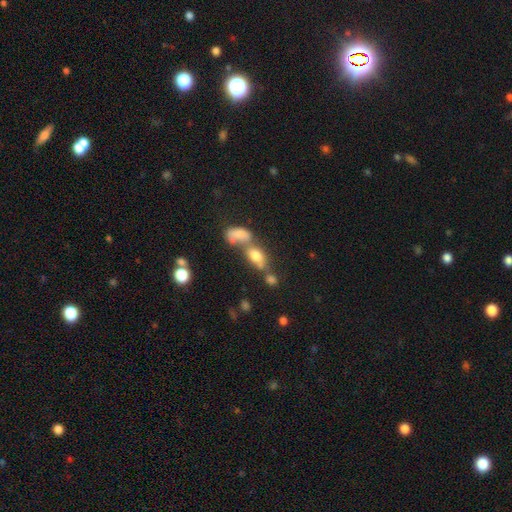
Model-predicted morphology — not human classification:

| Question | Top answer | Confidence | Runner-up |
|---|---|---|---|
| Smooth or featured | smooth | 69% | featured or disk (17%) |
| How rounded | in between | 78% | round (16%) |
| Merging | merger | 50% | none (31%) |